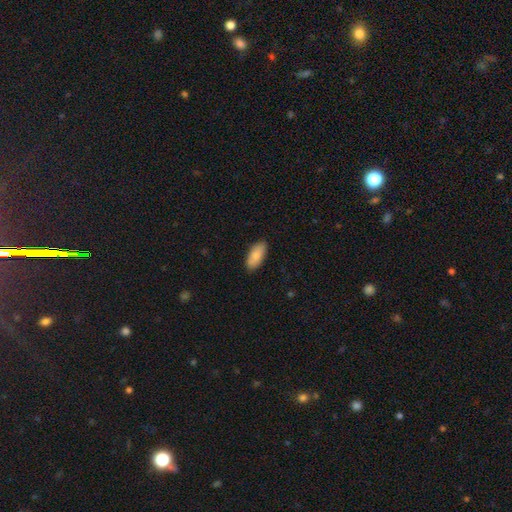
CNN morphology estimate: Smooth or featured? Predicted: smooth (p=0.86). How rounded? Predicted: in between (p=0.88). Merging? Predicted: none (p=0.87).